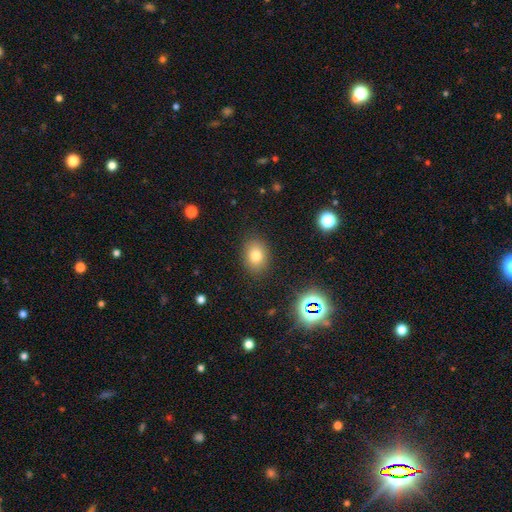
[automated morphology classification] This appears to be a smooth galaxy with no disk features (77%) that is in between round and cigar-shaped (63%). Merging: none (86%).